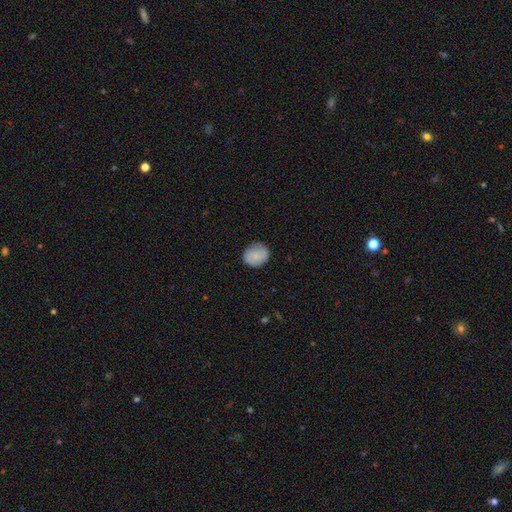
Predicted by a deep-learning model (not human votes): smooth_or_featured: smooth (p=0.81) [alt: featured or disk p=0.12]
how_rounded: round (p=0.78) [alt: in between p=0.21]
merging: none (p=0.81) [alt: minor disturbance p=0.15]